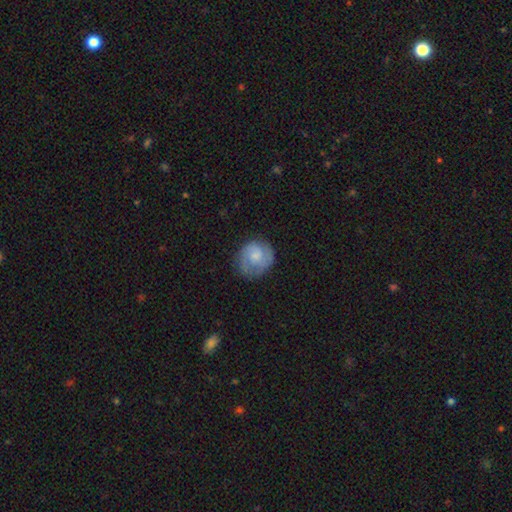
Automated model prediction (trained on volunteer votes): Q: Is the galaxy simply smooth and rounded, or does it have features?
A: featured or disk — 55%.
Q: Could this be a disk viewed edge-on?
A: no — 98%.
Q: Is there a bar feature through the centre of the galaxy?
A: no — 61%.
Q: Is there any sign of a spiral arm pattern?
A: yes — 88%.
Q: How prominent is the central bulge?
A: small — 38%.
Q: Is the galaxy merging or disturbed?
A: none — 71%.